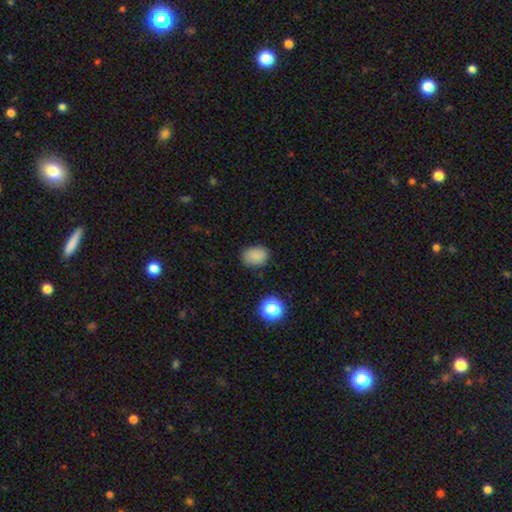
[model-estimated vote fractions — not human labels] Smooth or featured: smooth — 84% (star or artifact — 12%)
How rounded: in between — 61% (round — 38%)
Merging: none — 81% (minor disturbance — 14%)